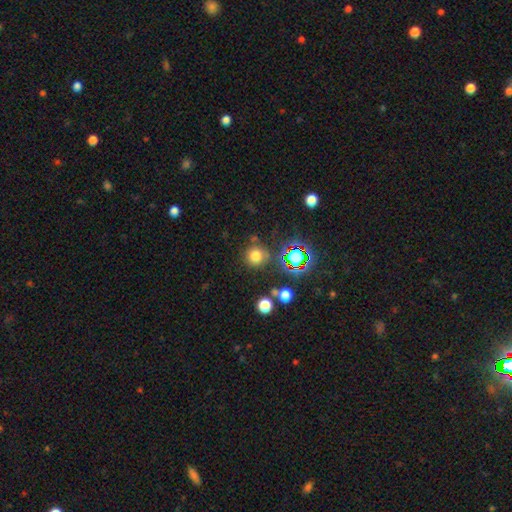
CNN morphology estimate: A smooth galaxy with no disk features (72%) that is round (91%).

Vote fractions:
- Smooth or featured? smooth: 72% / star or artifact: 21% / featured or disk: 7%
- How rounded? round: 91% / in between: 7% / cigar-shaped: 1%
- Merging? none: 78% / minor disturbance: 11% / merger: 7% / major disturbance: 5%